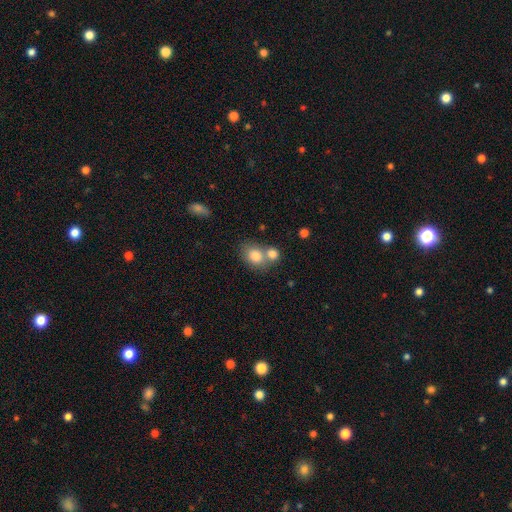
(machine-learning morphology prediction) Smooth or featured? Predicted: smooth (p=0.81). How rounded? Predicted: in between (p=0.53). Merging? Predicted: merger (p=0.44).